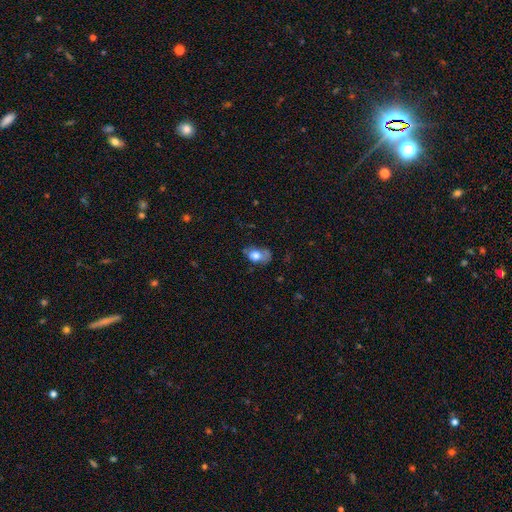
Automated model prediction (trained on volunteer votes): smooth_or_featured: smooth (p=0.70) [alt: featured or disk p=0.21]
how_rounded: in between (p=0.77) [alt: round p=0.21]
merging: none (p=0.36) [alt: minor disturbance p=0.33]